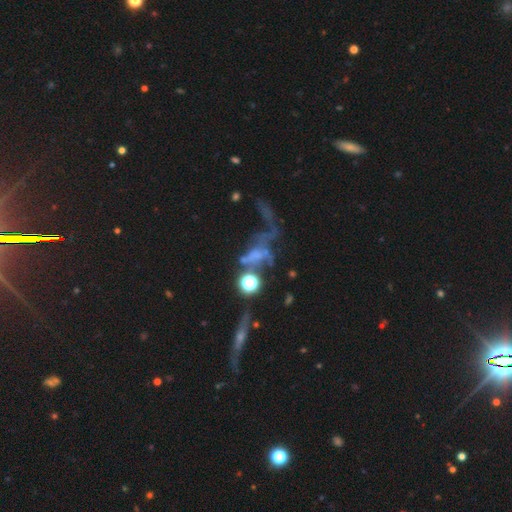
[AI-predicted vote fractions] smooth-or-featured: featured or disk: 41% | star or artifact: 32% | smooth: 28%
  merging: major disturbance: 42% | none: 24% | merger: 22% | minor disturbance: 12%